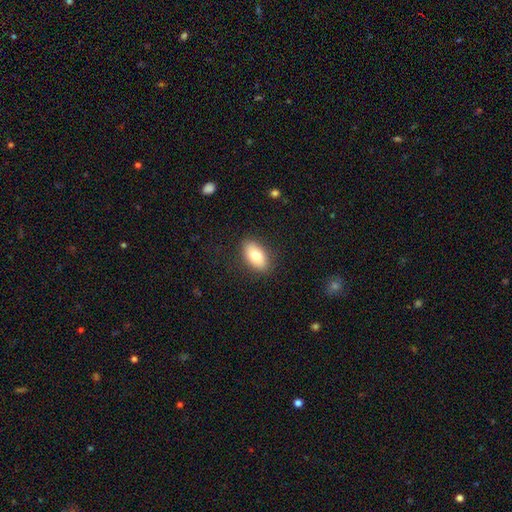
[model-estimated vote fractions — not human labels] Smooth or featured: smooth — 77% (featured or disk — 16%)
How rounded: in between — 91% (round — 5%)
Merging: none — 87% (minor disturbance — 9%)